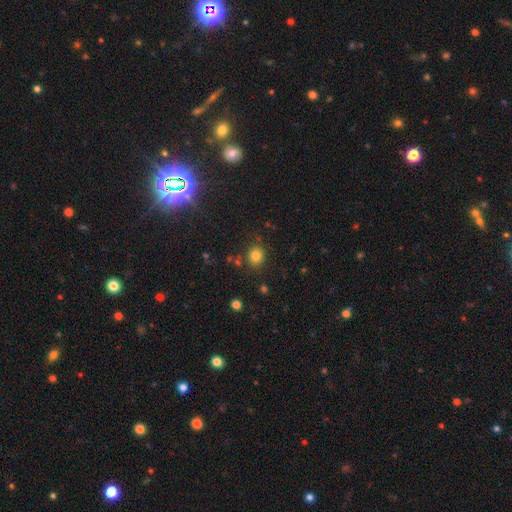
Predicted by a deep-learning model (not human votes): Morphology: type=smooth (79%); roundness=round (80%); merging=none (83%).